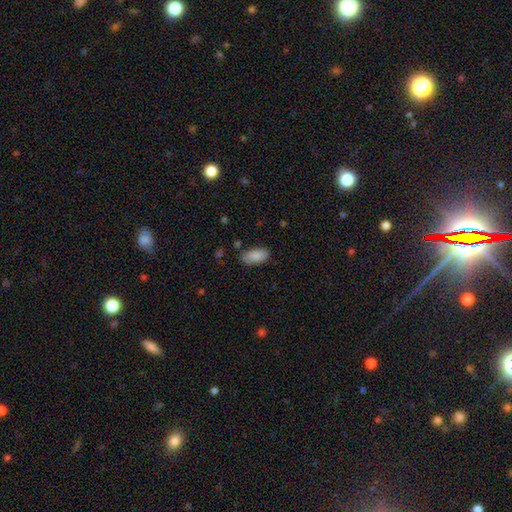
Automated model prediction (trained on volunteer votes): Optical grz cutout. It shows a smooth galaxy with no disk features (87%) that is in between round and cigar-shaped (93%). Merging: none (78%).